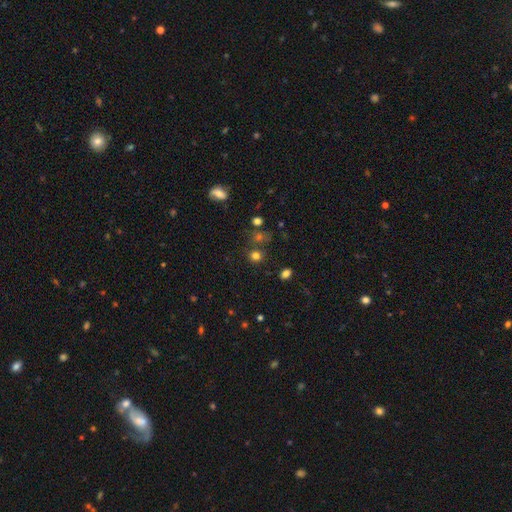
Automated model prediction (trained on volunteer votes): Smooth or featured?
  - smooth: 72% *
  - star or artifact: 21%
  - featured or disk: 7%
How rounded?
  - round: 85% *
  - in between: 14%
  - cigar-shaped: 1%
Merging?
  - none: 73% *
  - merger: 13%
  - minor disturbance: 10%
  - major disturbance: 5%